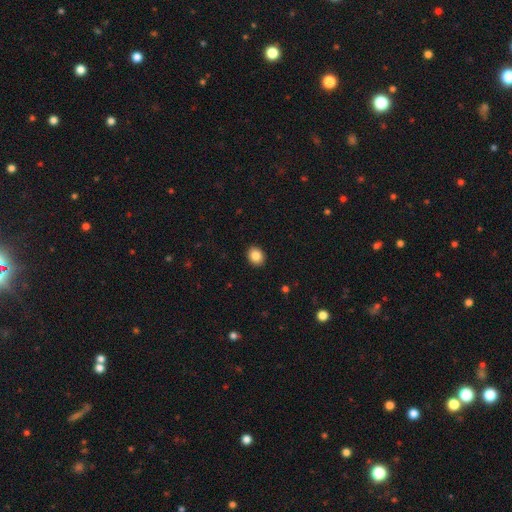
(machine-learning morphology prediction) A smooth galaxy with no disk features (86%) that is round (60%).

Vote fractions:
- Smooth or featured? smooth: 86% / star or artifact: 9% / featured or disk: 5%
- How rounded? round: 60% / in between: 40% / cigar-shaped: 1%
- Merging? none: 92% / minor disturbance: 6% / major disturbance: 2% / merger: 1%